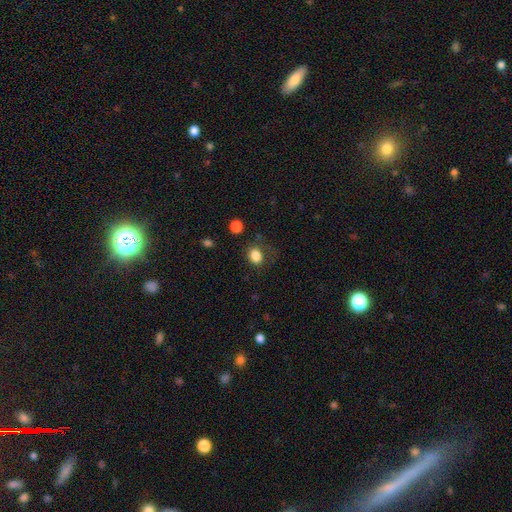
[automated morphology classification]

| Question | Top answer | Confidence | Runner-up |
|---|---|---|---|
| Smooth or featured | smooth | 84% | star or artifact (11%) |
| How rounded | in between | 50% | round (49%) |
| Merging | none | 71% | minor disturbance (18%) |